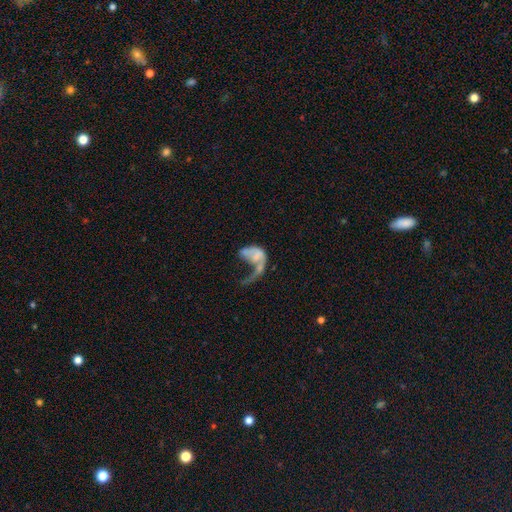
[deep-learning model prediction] Smooth or featured?
  - featured or disk: 52% *
  - smooth: 39%
  - star or artifact: 9%
Edge-on disk?
  - no: 97% *
  - yes: 3%
Bar?
  - no: 79% *
  - weak: 16%
  - strong: 6%
Spiral arms?
  - no: 57% *
  - yes: 43%
Bulge size?
  - none: 61% *
  - small: 19%
  - moderate: 11%
  - large: 6%
  - dominant: 3%
Merging?
  - major disturbance: 60% *
  - merger: 19%
  - none: 13%
  - minor disturbance: 9%